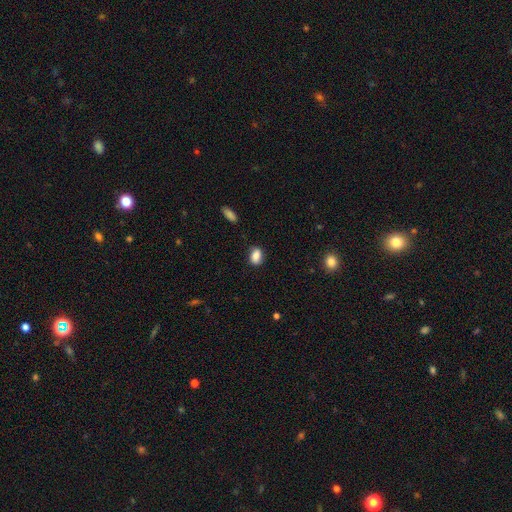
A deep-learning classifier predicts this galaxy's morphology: smooth 83%, featured or disk 9%, star or artifact 8%. Down the decision tree: how rounded — in between (79%); merging — none (79%).